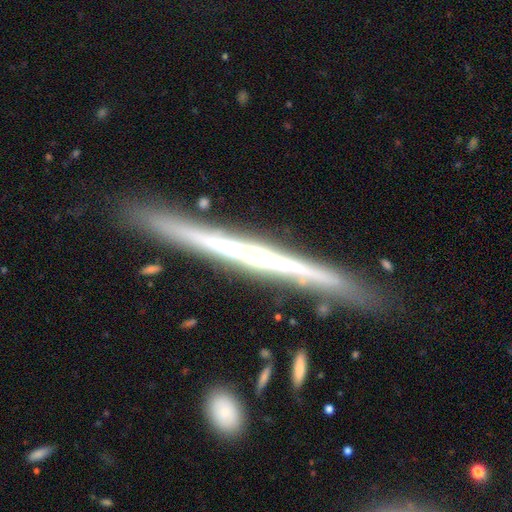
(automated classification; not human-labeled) Smooth or featured?
  - featured or disk: 79% *
  - smooth: 15%
  - star or artifact: 6%
Edge-on disk?
  - yes: 97% *
  - no: 3%
Edge-on bulge?
  - none: 55% *
  - rounded: 36%
  - boxy: 9%
Merging?
  - none: 87% *
  - minor disturbance: 9%
  - merger: 2%
  - major disturbance: 2%